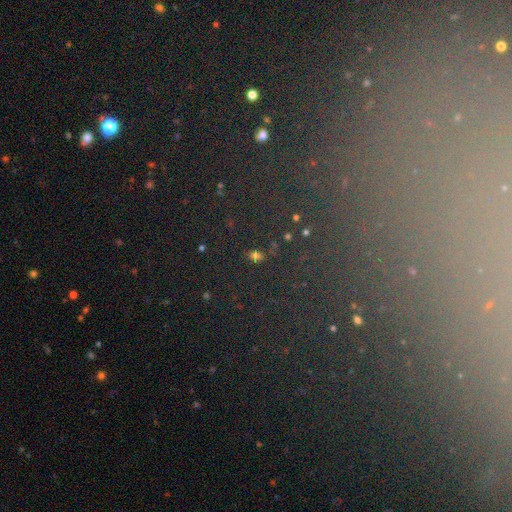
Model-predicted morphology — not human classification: This appears to be a smooth galaxy with no disk features (52%) that is in between round and cigar-shaped (74%). Merging: none (80%).